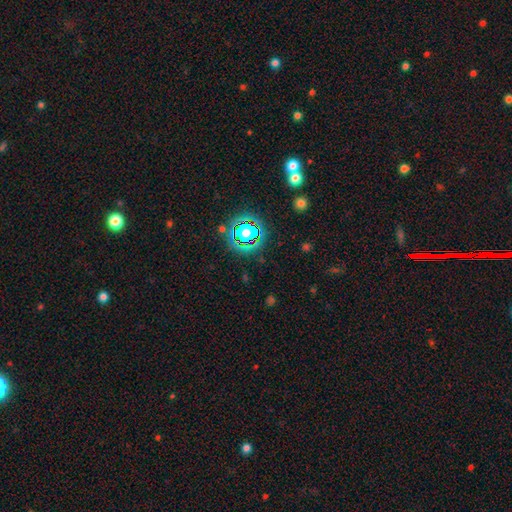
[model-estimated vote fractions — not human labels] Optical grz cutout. It shows a star or artifact, not a galaxy (78%).